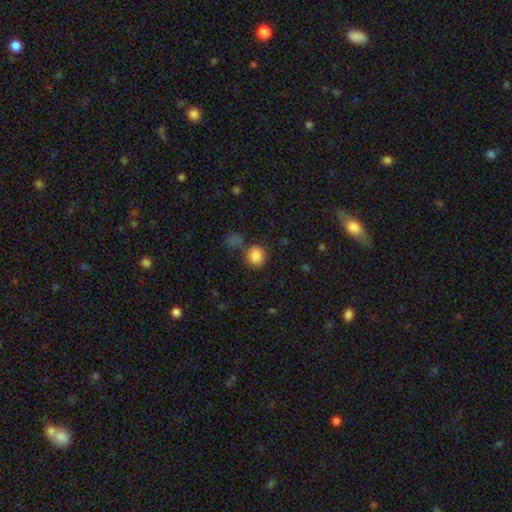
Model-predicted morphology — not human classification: smooth 86%, star or artifact 10%, featured or disk 4%. Down the decision tree: how rounded — round (84%); merging — none (72%).